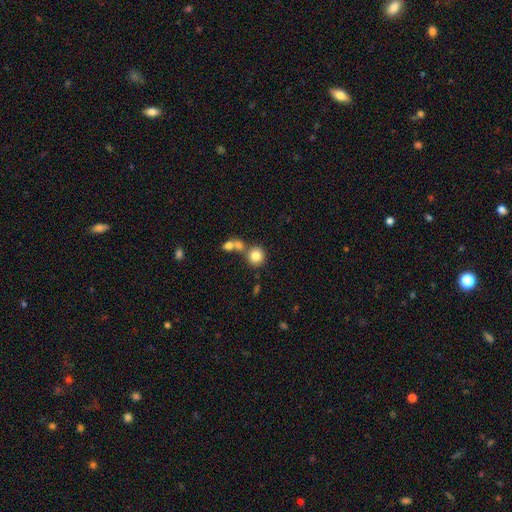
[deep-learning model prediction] Smooth or featured: smooth — 81% (star or artifact — 10%)
How rounded: round — 89% (in between — 10%)
Merging: none — 59% (merger — 29%)